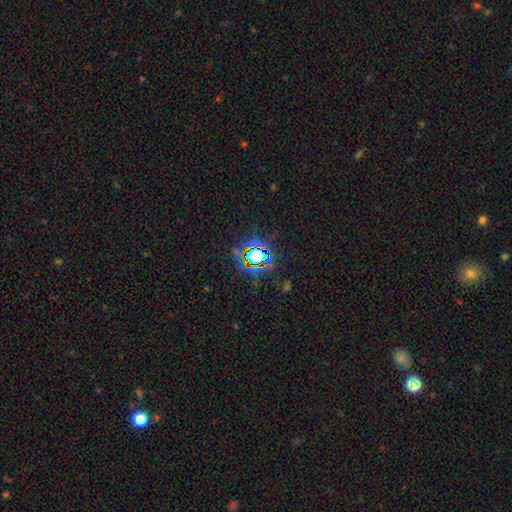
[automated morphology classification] type=star or artifact (72%).